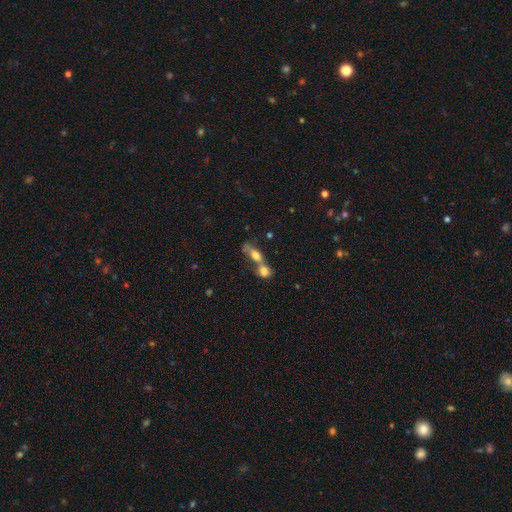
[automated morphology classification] smooth_or_featured: smooth (p=0.64) [alt: featured or disk p=0.25]
how_rounded: in between (p=0.56) [alt: round p=0.25]
merging: merger (p=0.66) [alt: none p=0.22]